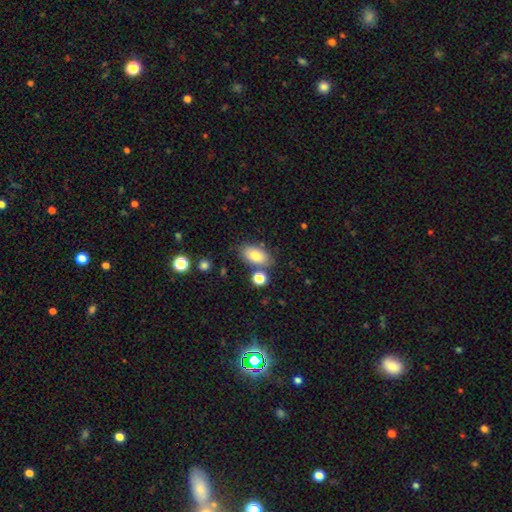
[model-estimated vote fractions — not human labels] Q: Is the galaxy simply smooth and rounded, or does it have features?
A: smooth — 81%.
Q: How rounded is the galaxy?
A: in between — 90%.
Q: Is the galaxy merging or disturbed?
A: none — 73%.